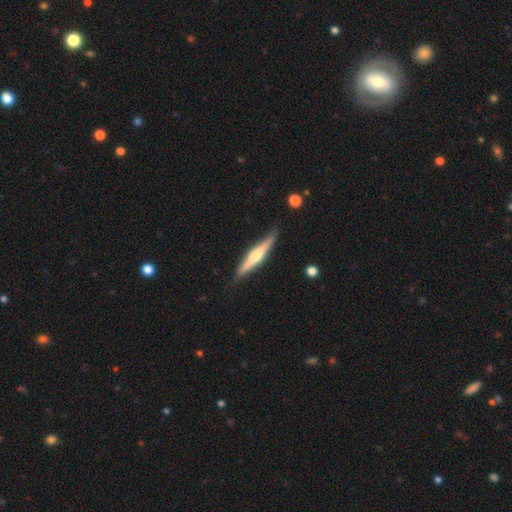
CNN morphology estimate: This appears to be a featured or disk galaxy (68%) viewed edge-on (97%) with a rounded central bulge (90%). Merging: none (86%).